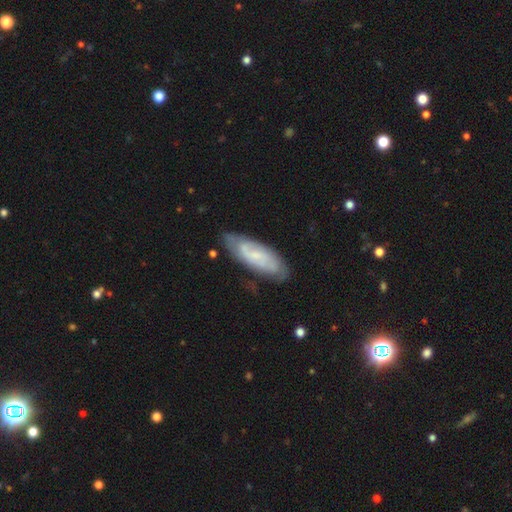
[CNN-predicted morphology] type=featured or disk (63%); edge-on=no (87%); bar=no (47%); spiral arms=yes (87%); bulge=small (62%); merging=none (73%).